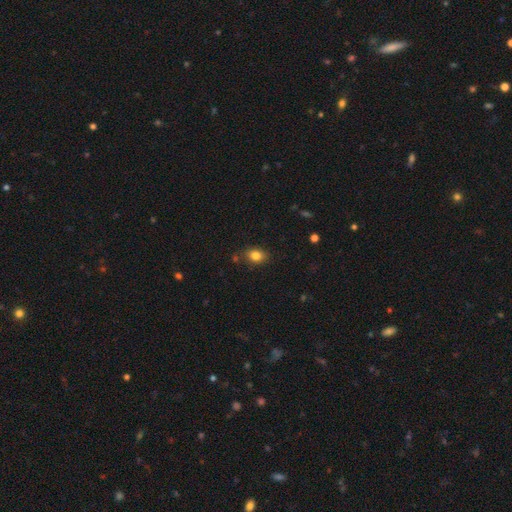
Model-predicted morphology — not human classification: This appears to be a smooth galaxy with no disk features (83%) that is in between round and cigar-shaped (68%). Merging: none (82%).